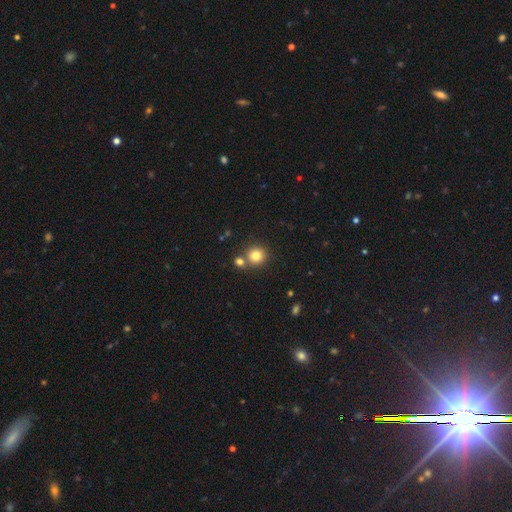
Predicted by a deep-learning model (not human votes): smooth-or-featured: smooth: 81% | star or artifact: 12% | featured or disk: 7%
  how-rounded: round: 90% | in between: 9% | cigar-shaped: 1%
  merging: none: 70% | merger: 19% | minor disturbance: 8% | major disturbance: 3%